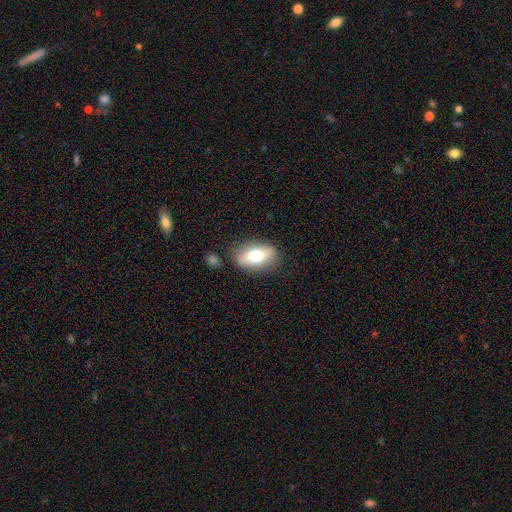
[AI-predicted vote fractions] Smooth or featured? Predicted: smooth (p=0.69). How rounded? Predicted: in between (p=0.87). Merging? Predicted: none (p=0.80).